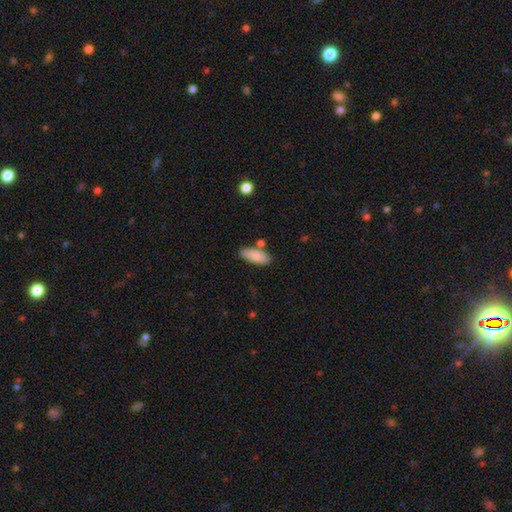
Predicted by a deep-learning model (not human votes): The model was most divided on "how rounded": in between: 77%, cigar-shaped: 21%, round: 2%. More confident: smooth or featured — smooth (86%); merging — none (76%).